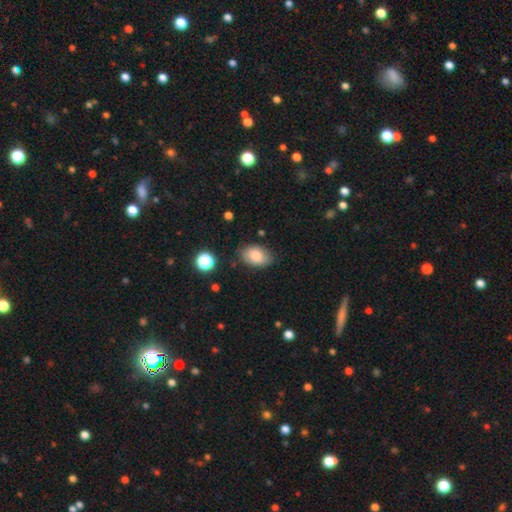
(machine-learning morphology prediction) type=smooth (81%); roundness=in between (85%); merging=none (78%).